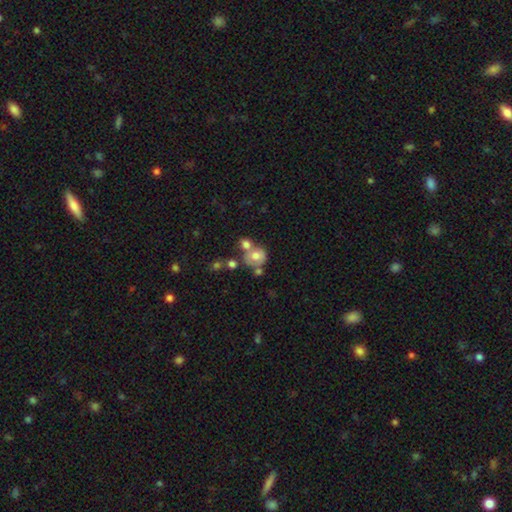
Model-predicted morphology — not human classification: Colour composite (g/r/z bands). It shows a smooth galaxy with no disk features (63%) that is round (74%). Merging: merger (43%).